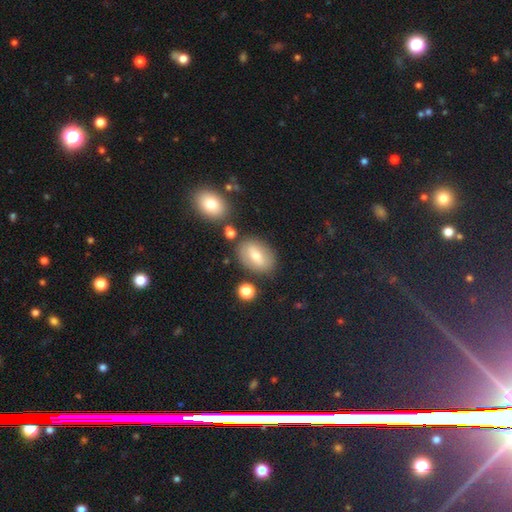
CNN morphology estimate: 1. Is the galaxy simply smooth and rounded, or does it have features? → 61% smooth, 31% featured or disk, 8% star or artifact.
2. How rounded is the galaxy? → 81% in between, 16% round, 3% cigar-shaped.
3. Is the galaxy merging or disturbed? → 78% none, 12% minor disturbance, 6% merger, 4% major disturbance.